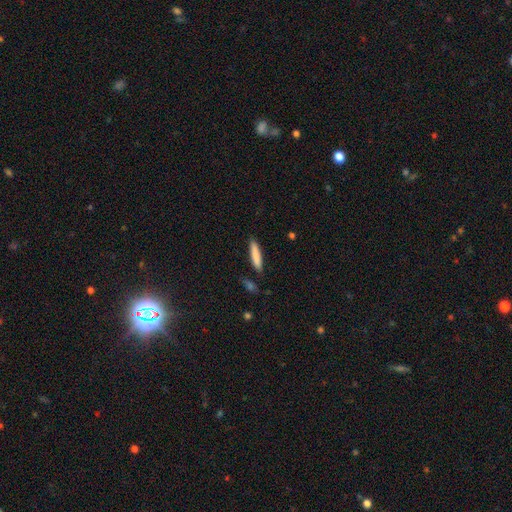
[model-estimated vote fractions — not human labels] Smooth or featured? Predicted: smooth (p=0.83). How rounded? Predicted: cigar-shaped (p=0.87). Merging? Predicted: none (p=0.86).